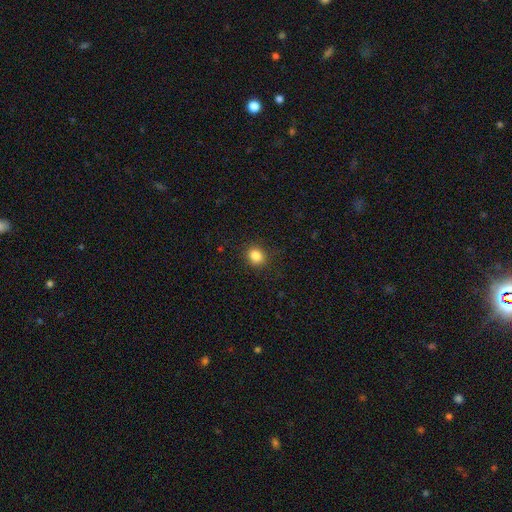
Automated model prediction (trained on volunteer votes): smooth 85%, star or artifact 11%, featured or disk 4%. Down the decision tree: how rounded — round (78%); merging — none (89%).